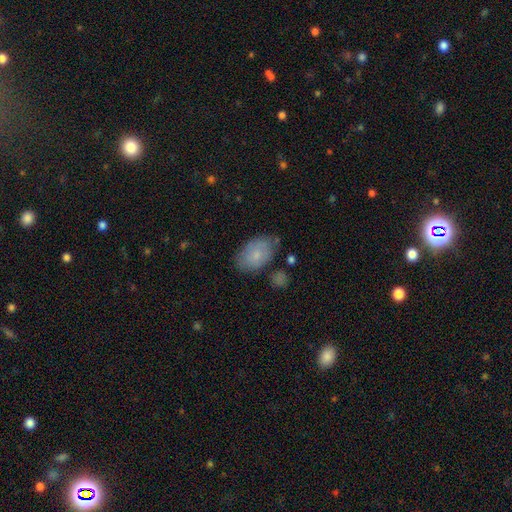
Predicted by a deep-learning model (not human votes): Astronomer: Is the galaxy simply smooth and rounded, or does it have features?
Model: smooth — 77%.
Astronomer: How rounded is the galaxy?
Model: in between — 90%.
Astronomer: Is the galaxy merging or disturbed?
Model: none — 70%.